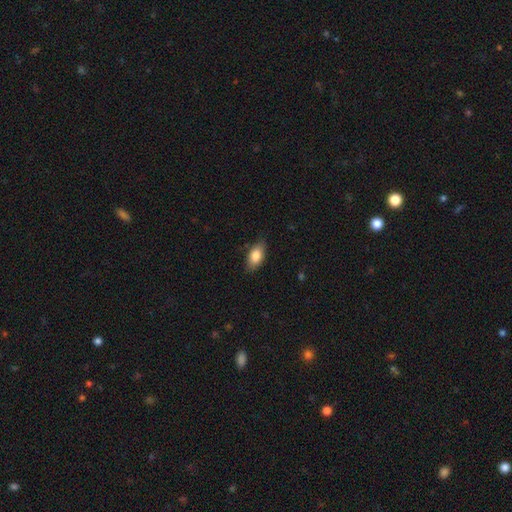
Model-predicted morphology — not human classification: A smooth galaxy with no disk features (83%) that is in between round and cigar-shaped (91%).

Vote fractions:
- Smooth or featured? smooth: 83% / featured or disk: 11% / star or artifact: 7%
- How rounded? in between: 91% / round: 5% / cigar-shaped: 4%
- Merging? none: 81% / minor disturbance: 15% / major disturbance: 3% / merger: 1%